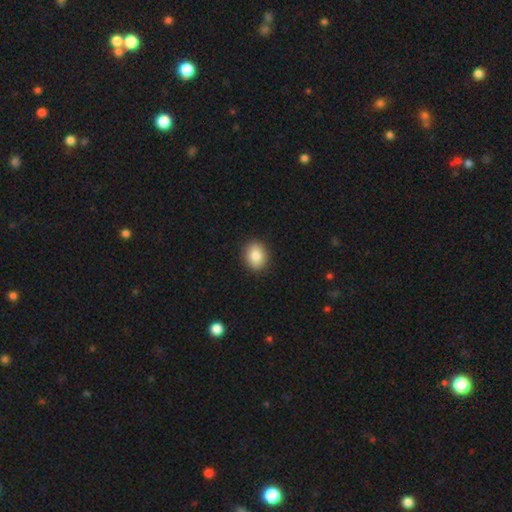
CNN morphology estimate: Smooth or featured? Predicted: smooth (p=0.86). How rounded? Predicted: round (p=0.53). Merging? Predicted: none (p=0.90).